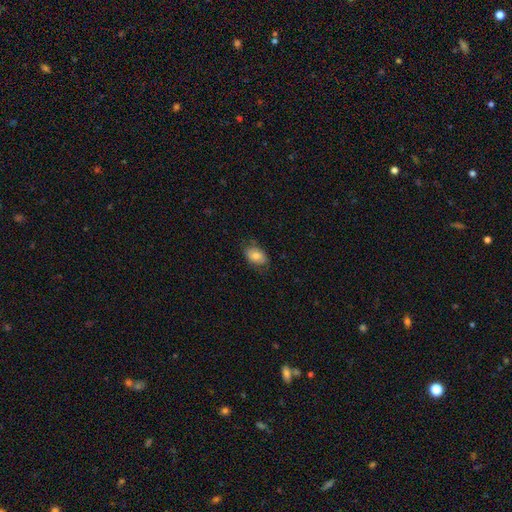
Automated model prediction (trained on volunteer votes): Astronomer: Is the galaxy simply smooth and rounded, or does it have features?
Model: smooth — 77%.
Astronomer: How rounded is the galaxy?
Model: in between — 87%.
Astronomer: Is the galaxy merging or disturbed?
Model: none — 71%.